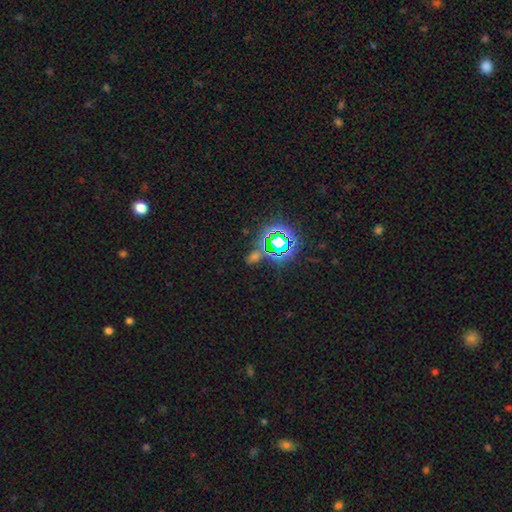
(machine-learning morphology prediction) This appears to be a star or artifact, not a galaxy (72%).